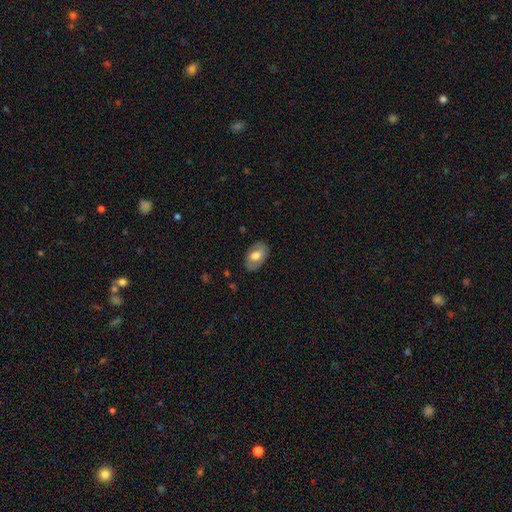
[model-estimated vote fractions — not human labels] A smooth galaxy with no disk features (64%) that is in between round and cigar-shaped (90%).

Vote fractions:
- Smooth or featured? smooth: 64% / featured or disk: 30% / star or artifact: 6%
- How rounded? in between: 90% / round: 8% / cigar-shaped: 1%
- Merging? none: 82% / minor disturbance: 14% / major disturbance: 3% / merger: 1%